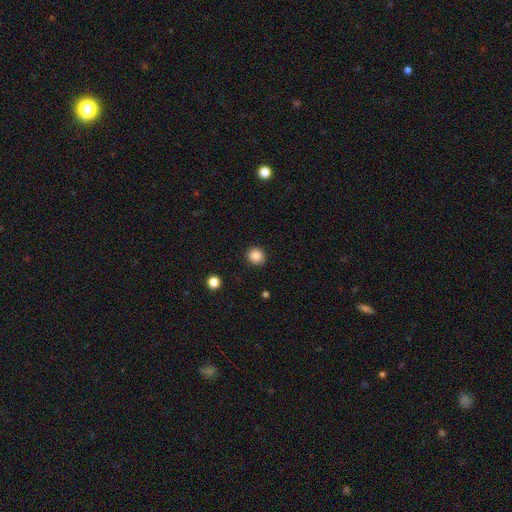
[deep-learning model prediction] Smooth or featured? smooth (87%)
How rounded? round (87%)
Merging? none (91%)